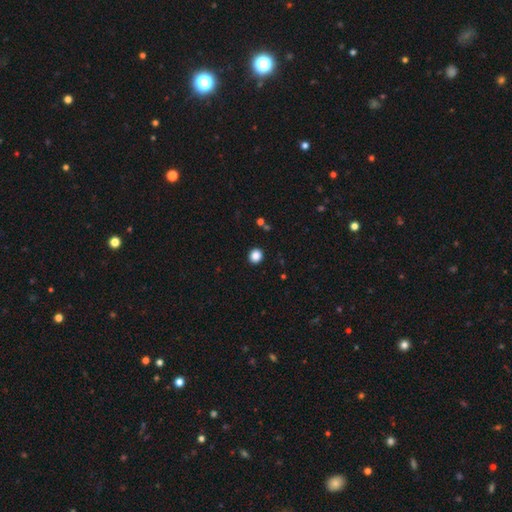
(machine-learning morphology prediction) Overall: smooth (86%). How rounded: round (84%). Merging: none (92%).